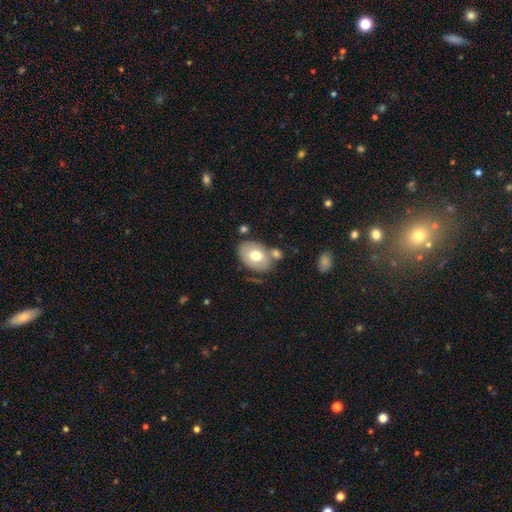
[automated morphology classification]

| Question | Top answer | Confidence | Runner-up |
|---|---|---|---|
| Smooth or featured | smooth | 66% | featured or disk (27%) |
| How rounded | in between | 81% | round (18%) |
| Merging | none | 62% | minor disturbance (17%) |